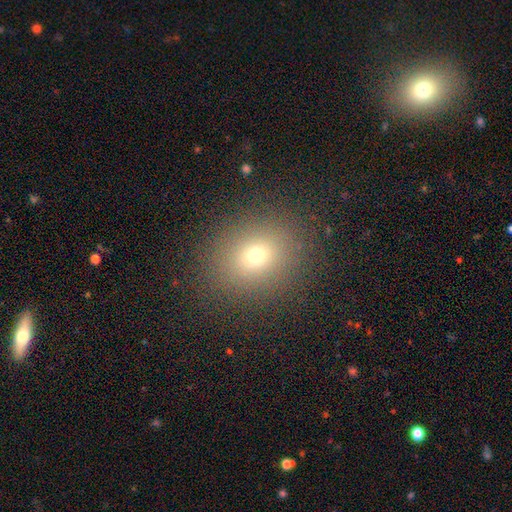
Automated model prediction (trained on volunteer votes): Overall: smooth (70%). How rounded: round (63%; in between 36%). Merging: none (88%).